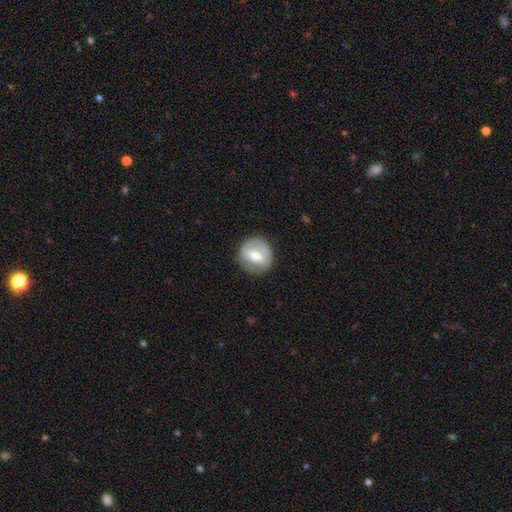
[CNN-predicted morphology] The model was most divided on "smooth or featured": featured or disk: 48%, smooth: 45%, star or artifact: 6%. More confident: merging — none (82%).